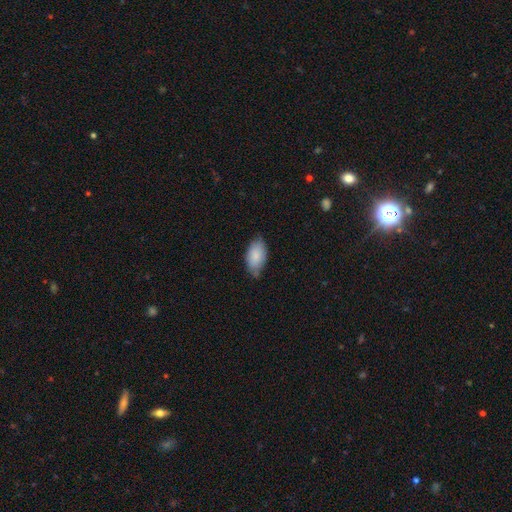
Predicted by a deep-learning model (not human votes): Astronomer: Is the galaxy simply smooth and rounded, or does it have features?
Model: smooth — 85%.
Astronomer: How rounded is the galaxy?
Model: in between — 95%.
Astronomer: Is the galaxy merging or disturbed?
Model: none — 68%.